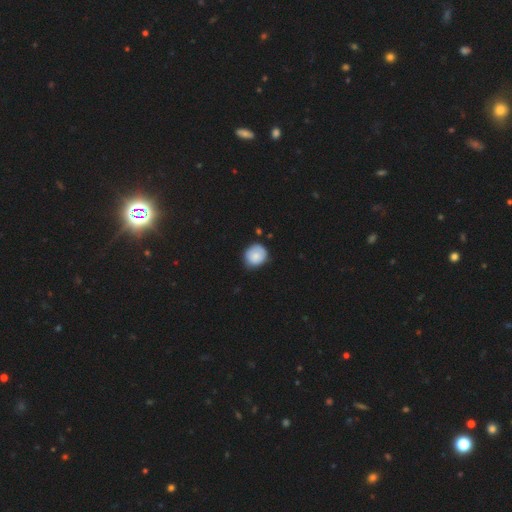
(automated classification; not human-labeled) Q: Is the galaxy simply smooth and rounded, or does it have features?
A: smooth — 81%.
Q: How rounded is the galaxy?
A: round — 82%.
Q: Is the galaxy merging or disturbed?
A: none — 71%.